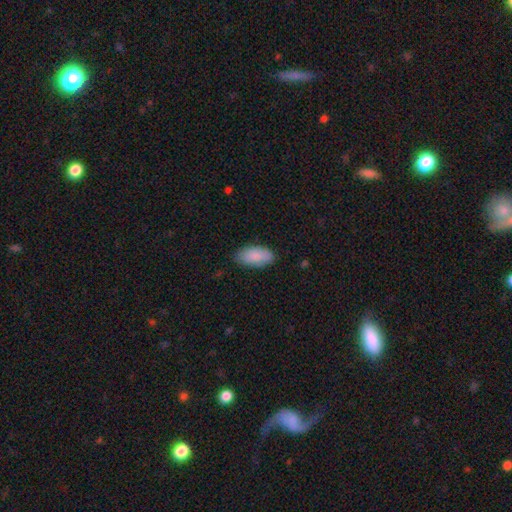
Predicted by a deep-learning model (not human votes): Smooth or featured: smooth — 87% (featured or disk — 7%)
How rounded: in between — 94% (cigar-shaped — 4%)
Merging: none — 79% (minor disturbance — 17%)